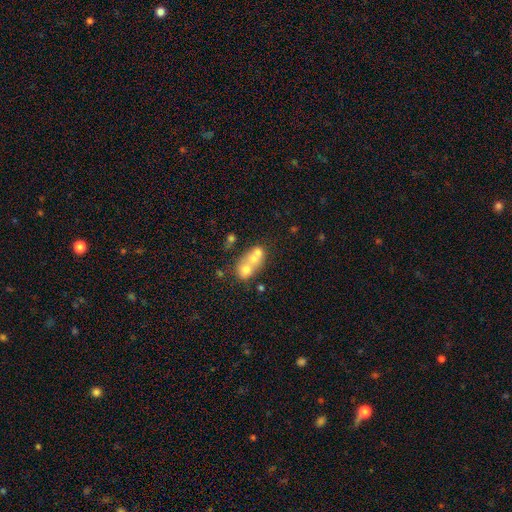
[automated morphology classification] A smooth galaxy with no disk features (56%) that is round (54%). Merging: merger (68%).